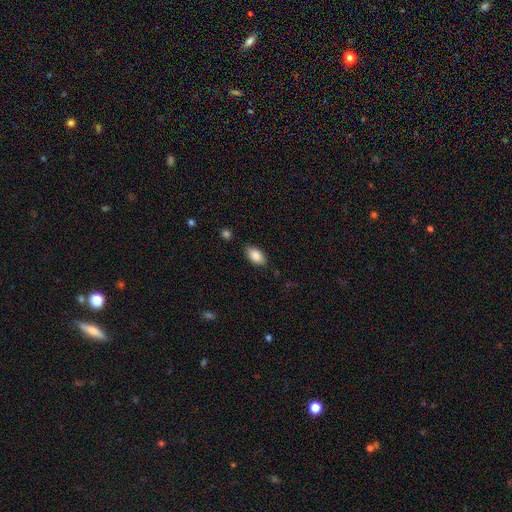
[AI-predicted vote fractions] This is clearly a smooth galaxy (87%). How rounded: clearly in between (93%). Merging: clearly none (84%).